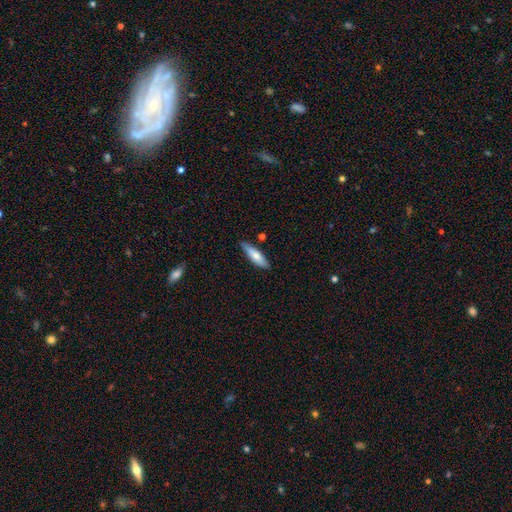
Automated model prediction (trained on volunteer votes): smooth 73%, featured or disk 21%, star or artifact 6%. Down the decision tree: how rounded — cigar-shaped (60%); merging — none (77%).